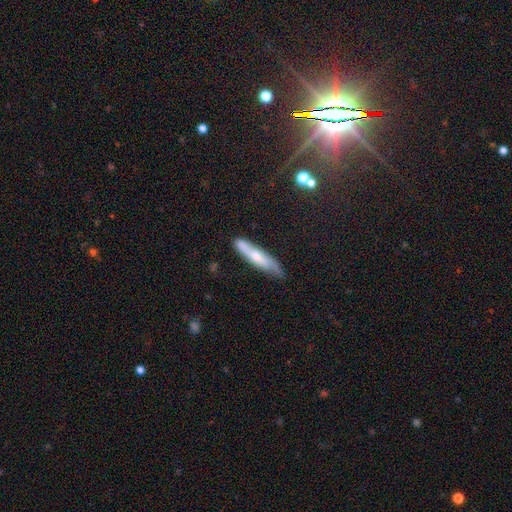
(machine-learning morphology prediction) A smooth galaxy with no disk features (50%) that is cigar-shaped (86%).

Vote fractions:
- Smooth or featured? smooth: 50% / featured or disk: 42% / star or artifact: 7%
- How rounded? cigar-shaped: 86% / in between: 12% / round: 2%
- Merging? none: 71% / minor disturbance: 22% / major disturbance: 4% / merger: 3%